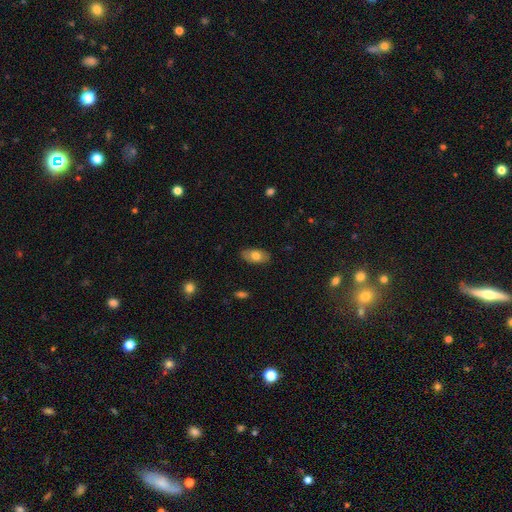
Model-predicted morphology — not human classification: smooth-or-featured: smooth: 74% | featured or disk: 20% | star or artifact: 7%
  how-rounded: in between: 93% | round: 4% | cigar-shaped: 3%
  merging: none: 86% | minor disturbance: 11% | major disturbance: 2% | merger: 1%